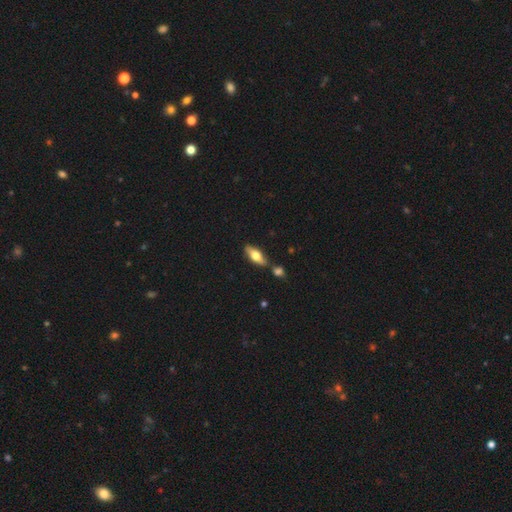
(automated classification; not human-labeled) Smooth or featured? smooth (62%)
How rounded? in between (70%)
Merging? none (73%)